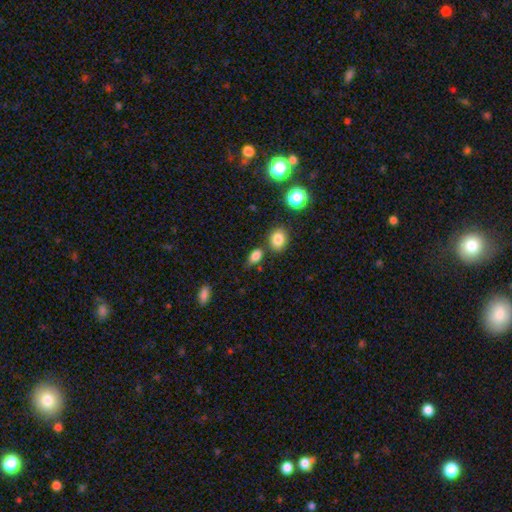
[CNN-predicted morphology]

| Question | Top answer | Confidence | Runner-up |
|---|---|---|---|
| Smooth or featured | smooth | 83% | star or artifact (11%) |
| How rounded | in between | 79% | round (18%) |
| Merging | none | 65% | minor disturbance (17%) |